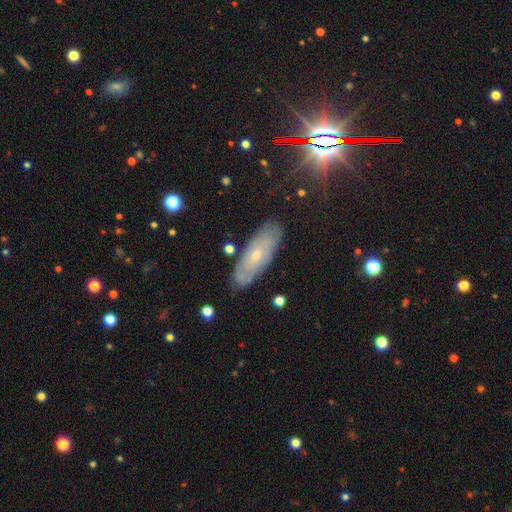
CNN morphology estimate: Overall: featured or disk (51%; smooth 41%). Edge-on disk: no (77%). Merging: none (83%).